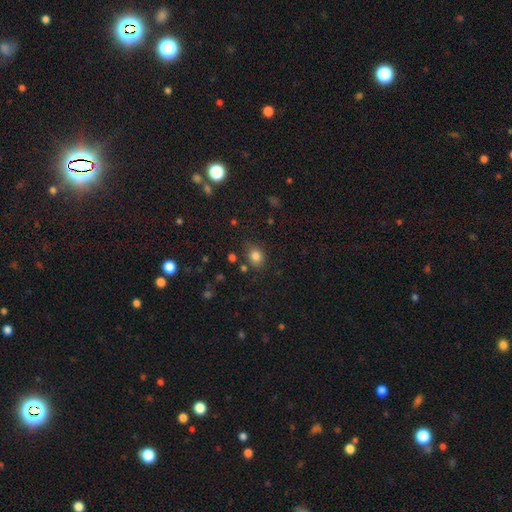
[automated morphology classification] A smooth galaxy with no disk features (82%) that is in between round and cigar-shaped (50%). Merging: none (76%).